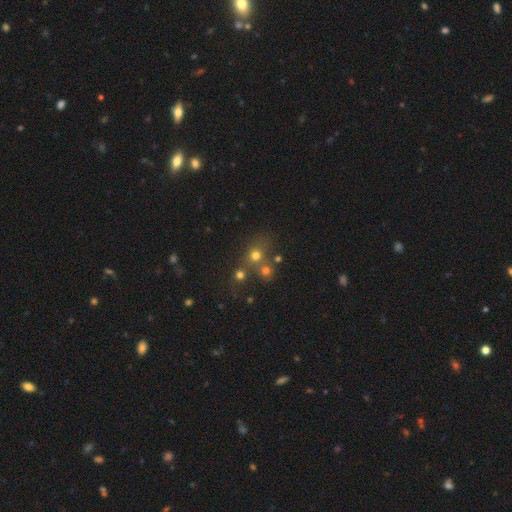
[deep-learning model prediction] This appears to be a smooth galaxy with no disk features (64%) that is round (85%). Merging: none (54%).